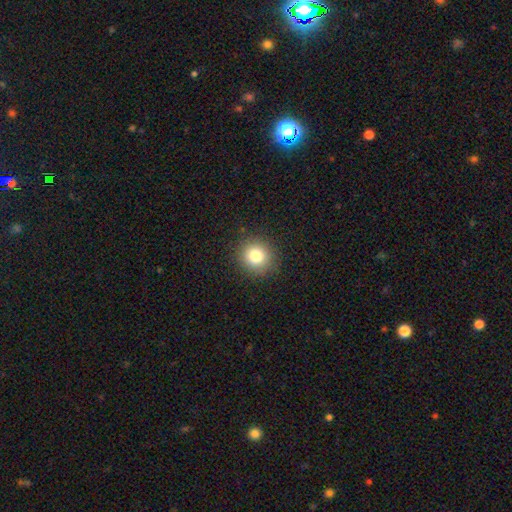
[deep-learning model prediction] smooth-or-featured: smooth: 80% | star or artifact: 12% | featured or disk: 8%
  how-rounded: round: 90% | in between: 10% | cigar-shaped: 1%
  merging: none: 90% | minor disturbance: 7% | major disturbance: 2% | merger: 1%